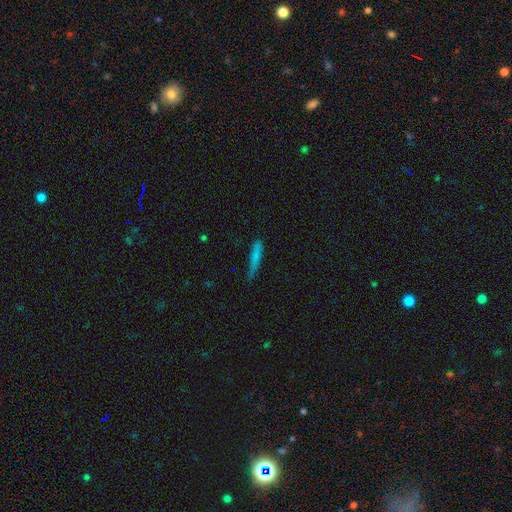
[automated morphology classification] This appears to be a smooth galaxy with no disk features (74%) that is cigar-shaped (89%). Merging: none (59%).